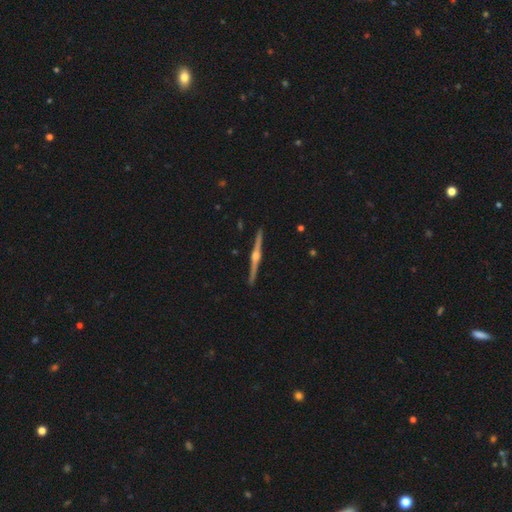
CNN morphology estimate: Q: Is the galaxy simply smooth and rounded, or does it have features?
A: featured or disk — 89%.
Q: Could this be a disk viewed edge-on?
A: yes — 99%.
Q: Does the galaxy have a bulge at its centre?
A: rounded — 93%.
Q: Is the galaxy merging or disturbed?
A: none — 93%.